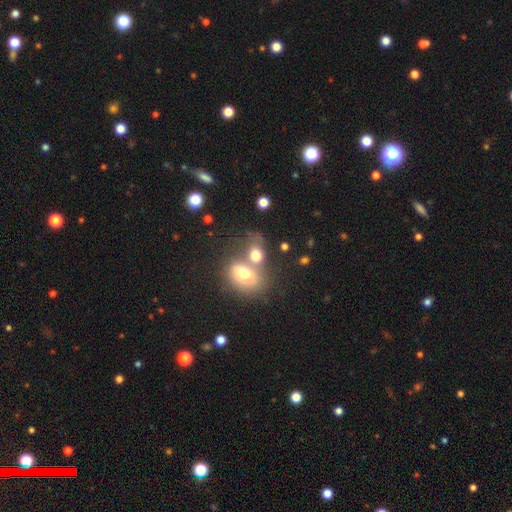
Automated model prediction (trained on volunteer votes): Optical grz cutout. It shows a smooth galaxy with no disk features (69%) that is in between round and cigar-shaped (67%). Merging: merger (58%).